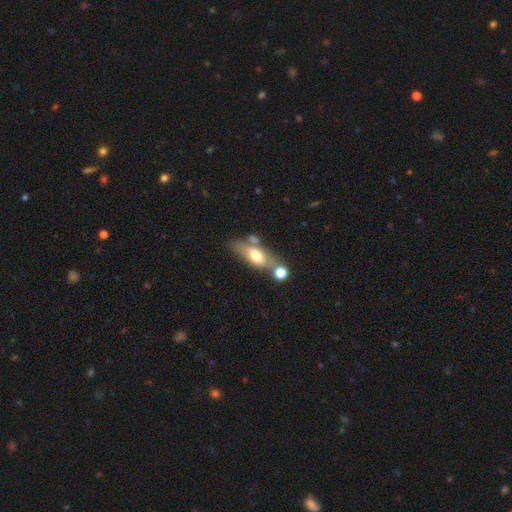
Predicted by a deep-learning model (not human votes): Overall: smooth (55%; featured or disk 37%). How rounded: in between (66%; cigar-shaped 28%). Merging: none (53%; merger 23%).